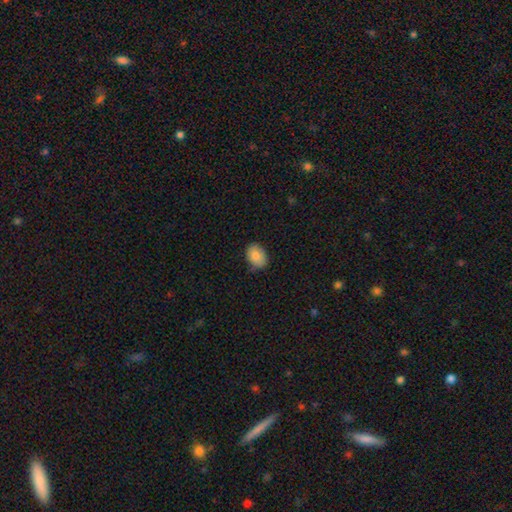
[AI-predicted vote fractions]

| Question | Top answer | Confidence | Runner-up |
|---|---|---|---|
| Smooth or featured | smooth | 84% | featured or disk (9%) |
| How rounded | in between | 72% | round (27%) |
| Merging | none | 76% | minor disturbance (20%) |